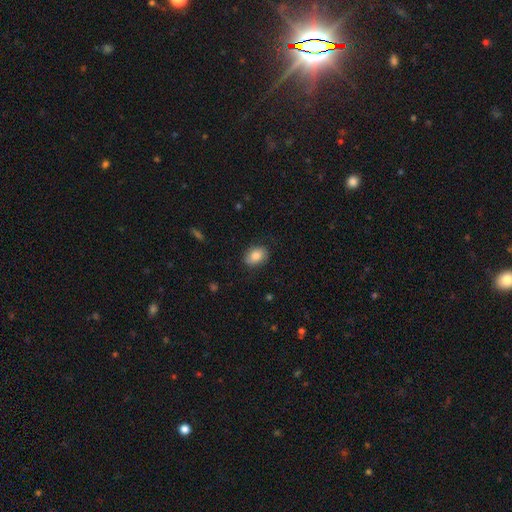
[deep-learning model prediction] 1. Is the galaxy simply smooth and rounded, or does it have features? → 83% smooth, 9% featured or disk, 7% star or artifact.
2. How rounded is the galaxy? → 77% in between, 22% round, 1% cigar-shaped.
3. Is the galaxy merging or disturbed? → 81% none, 14% minor disturbance, 4% major disturbance, 1% merger.